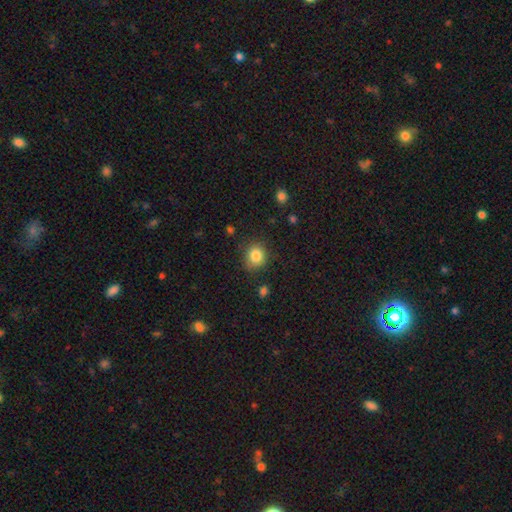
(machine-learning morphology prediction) A smooth galaxy with no disk features (84%) that is round (79%).

Vote fractions:
- Smooth or featured? smooth: 84% / star or artifact: 10% / featured or disk: 6%
- How rounded? round: 79% / in between: 20% / cigar-shaped: 1%
- Merging? none: 81% / minor disturbance: 13% / major disturbance: 4% / merger: 2%